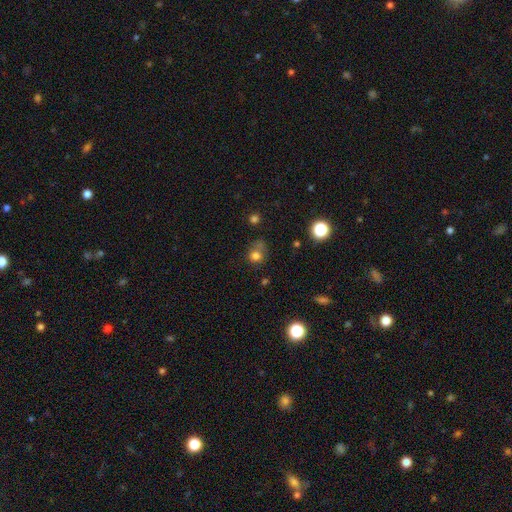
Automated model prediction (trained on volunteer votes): Overall: smooth (74%). How rounded: round (74%). Merging: none (45%; minor disturbance 23%).